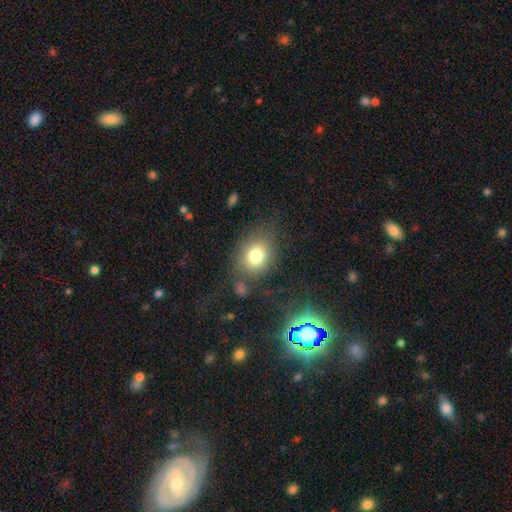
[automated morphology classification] type=smooth (77%); roundness=round (58%); merging=none (71%).